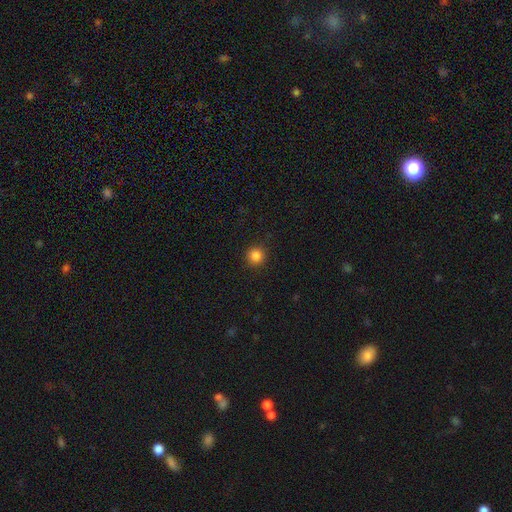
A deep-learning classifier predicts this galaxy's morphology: type=smooth (85%); roundness=round (95%); merging=none (91%).